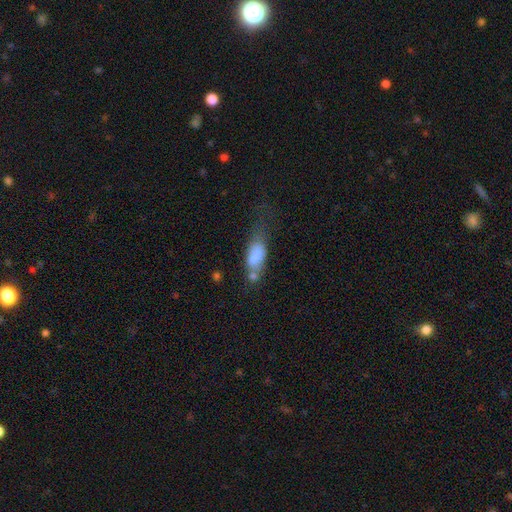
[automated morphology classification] Smooth or featured? Predicted: smooth (p=0.74). How rounded? Predicted: in between (p=0.79). Merging? Predicted: merger (p=0.27).